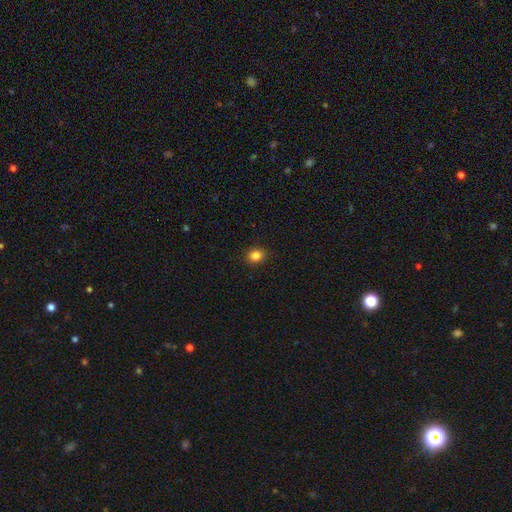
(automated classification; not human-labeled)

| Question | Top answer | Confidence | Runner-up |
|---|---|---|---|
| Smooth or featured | smooth | 84% | star or artifact (11%) |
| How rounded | round | 67% | in between (33%) |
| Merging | none | 90% | minor disturbance (7%) |